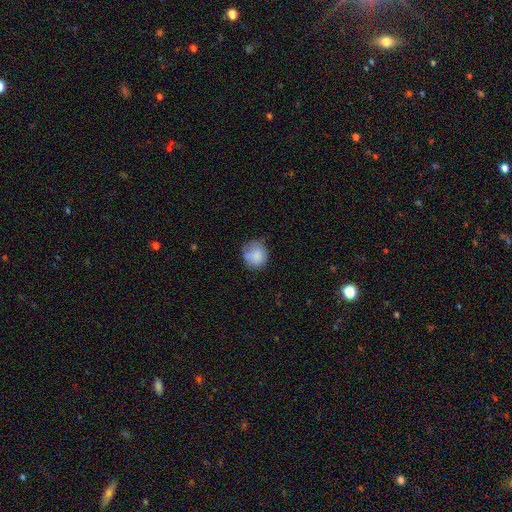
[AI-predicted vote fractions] A smooth galaxy with no disk features (83%) that is round (85%).

Vote fractions:
- Smooth or featured? smooth: 83% / featured or disk: 9% / star or artifact: 8%
- How rounded? round: 85% / in between: 14% / cigar-shaped: 1%
- Merging? none: 66% / minor disturbance: 24% / major disturbance: 7% / merger: 3%